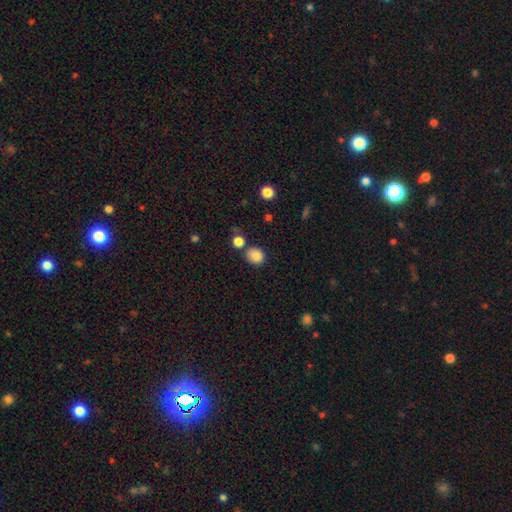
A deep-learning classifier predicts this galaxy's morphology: smooth 86%, star or artifact 11%, featured or disk 4%. Down the decision tree: how rounded — round (80%); merging — none (72%).